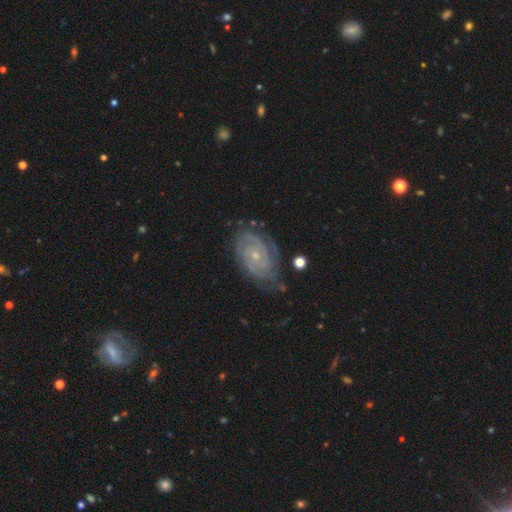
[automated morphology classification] This is clearly a featured or disk galaxy (87%). It is clearly not viewed edge-on (97%). Bar: likely no (73%). Spiral arm pattern: clearly yes (97%). Spiral arm count: possibly 2 (46%). Spiral winding: likely tight (77%). Central bulge: likely small (76%). Merging: likely none (71%).